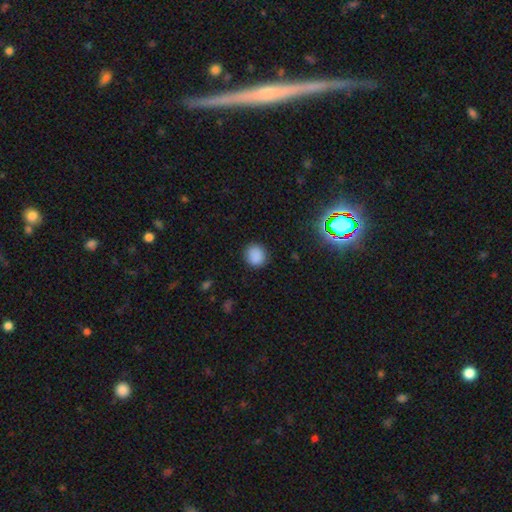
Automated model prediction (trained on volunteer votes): This appears to be a smooth galaxy with no disk features (85%) that is round (84%). Merging: none (88%).